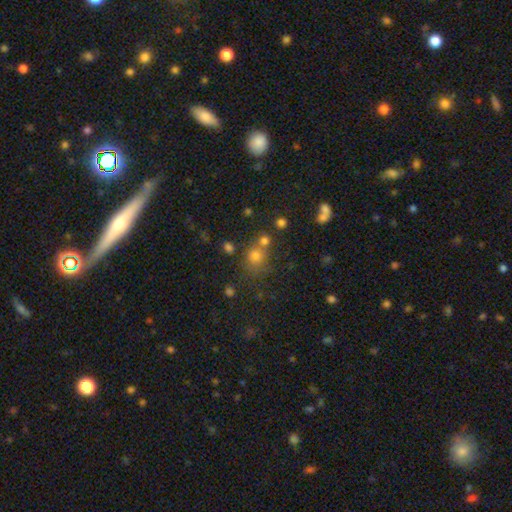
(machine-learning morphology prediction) type=smooth (67%); roundness=round (78%); merging=none (59%).